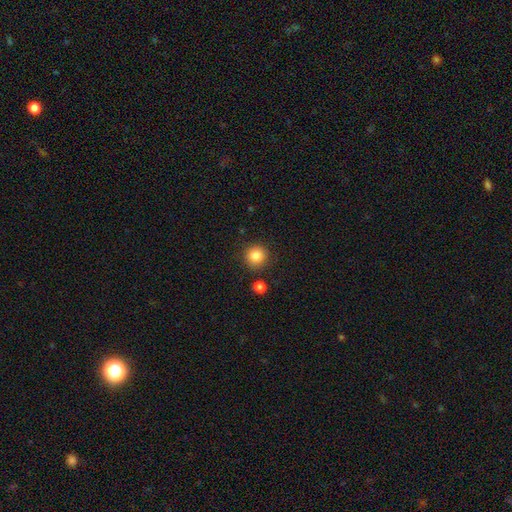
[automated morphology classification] smooth_or_featured: smooth (p=0.85) [alt: star or artifact p=0.10]
how_rounded: round (p=0.93) [alt: in between p=0.06]
merging: none (p=0.88) [alt: minor disturbance p=0.07]